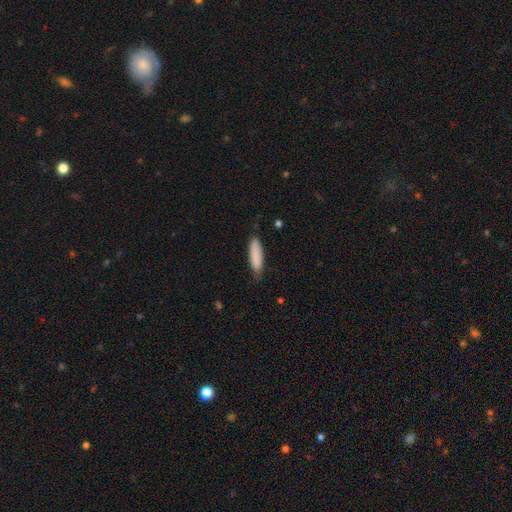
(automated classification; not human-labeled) The model was most divided on "how rounded": cigar-shaped: 60%, in between: 38%, round: 1%. More confident: smooth or featured — smooth (86%); merging — none (73%).